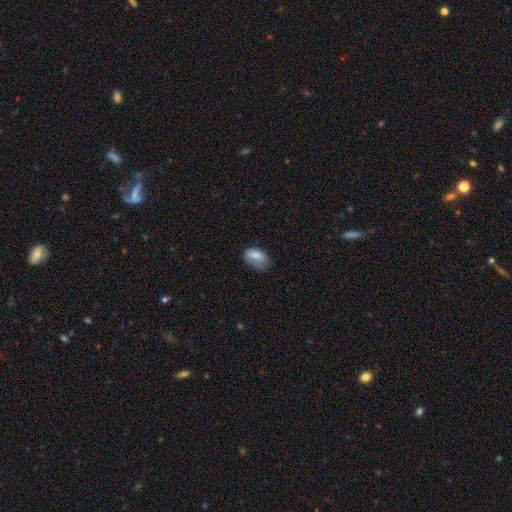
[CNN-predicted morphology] Smooth or featured? smooth (78%)
How rounded? in between (86%)
Merging? none (46%)